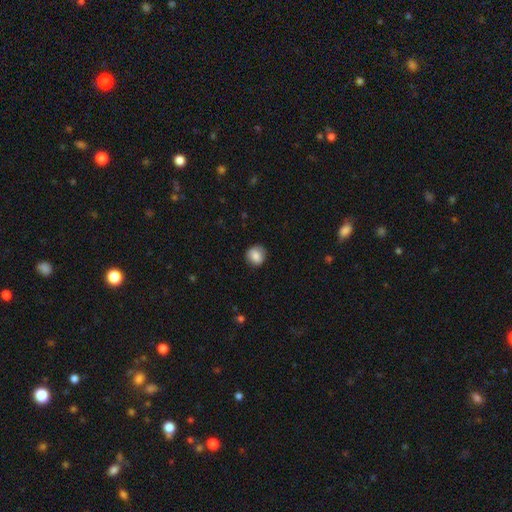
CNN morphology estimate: Q: Smooth or featured?
A: smooth (83%); runner-up: featured or disk (8%)
Q: How rounded?
A: round (83%); runner-up: in between (16%)
Q: Merging?
A: none (84%); runner-up: minor disturbance (12%)